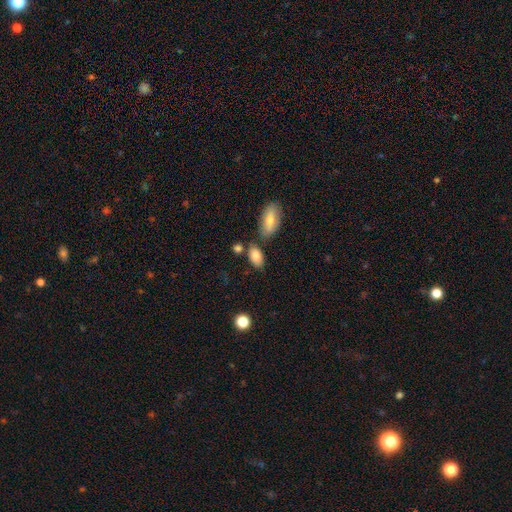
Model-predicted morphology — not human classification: smooth_or_featured: smooth (p=0.84) [alt: featured or disk p=0.08]
how_rounded: in between (p=0.91) [alt: round p=0.06]
merging: none (p=0.69) [alt: minor disturbance p=0.15]